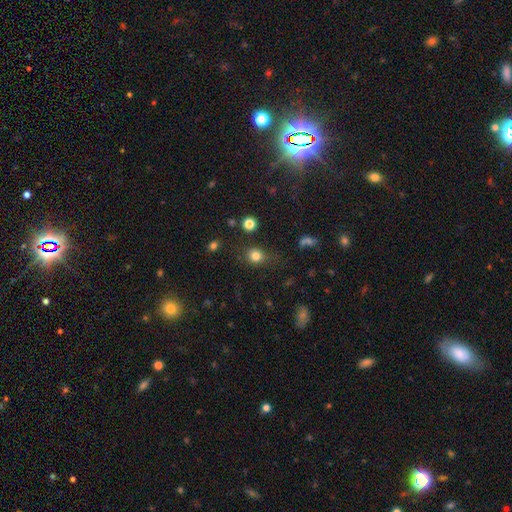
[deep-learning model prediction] Morphology: type=smooth (80%); roundness=round (81%); merging=none (76%).